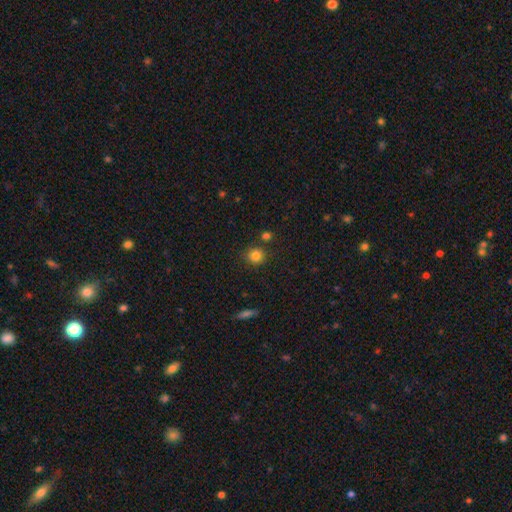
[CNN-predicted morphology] type=smooth (83%); roundness=round (88%); merging=none (80%).